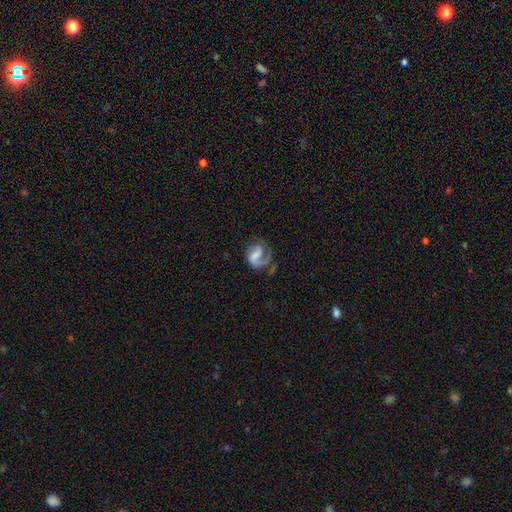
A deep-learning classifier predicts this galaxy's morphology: Smooth or featured? Predicted: featured or disk (p=0.73). Edge-on disk? Predicted: no (p=0.98). Bar? Predicted: weak (p=0.46). Spiral arms? Predicted: yes (p=0.91). Spiral winding? Predicted: medium (p=0.42). Spiral arm count? Predicted: 1 (p=0.58). Bulge size? Predicted: none (p=0.35). Merging? Predicted: none (p=0.45).